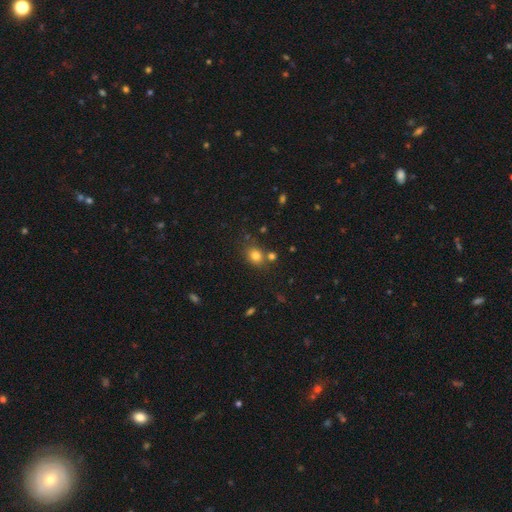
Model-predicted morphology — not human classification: Overall: smooth (79%). How rounded: round (58%; in between 41%). Merging: none (68%).